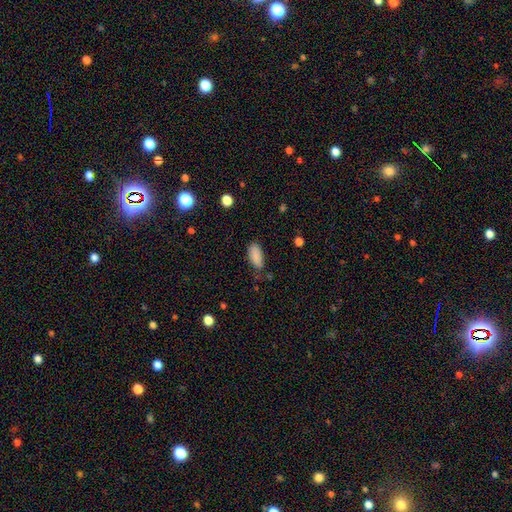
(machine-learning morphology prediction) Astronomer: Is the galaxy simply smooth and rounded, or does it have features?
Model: smooth — 88%.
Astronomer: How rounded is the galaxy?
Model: in between — 88%.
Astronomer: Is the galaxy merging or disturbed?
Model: none — 70%.